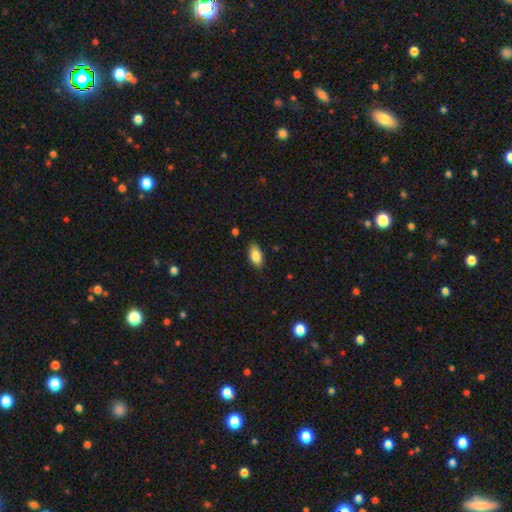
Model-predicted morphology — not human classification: A smooth galaxy with no disk features (85%) that is in between round and cigar-shaped (91%). Merging: none (86%).